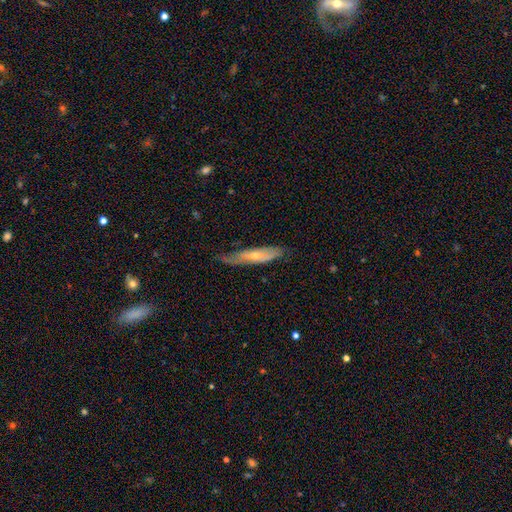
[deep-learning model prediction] Smooth or featured: featured or disk — 50% (smooth — 44%)
Edge-on disk: yes — 58% (no — 42%)
Merging: none — 67% (minor disturbance — 26%)